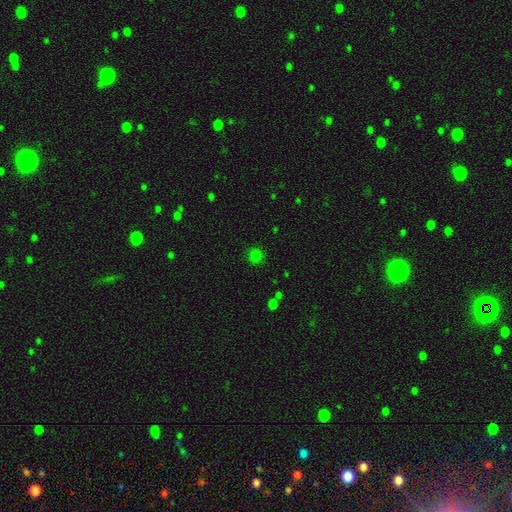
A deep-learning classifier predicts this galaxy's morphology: smooth_or_featured: smooth (p=0.76) [alt: star or artifact p=0.20]
how_rounded: round (p=0.90) [alt: in between p=0.09]
merging: none (p=0.89) [alt: minor disturbance p=0.07]